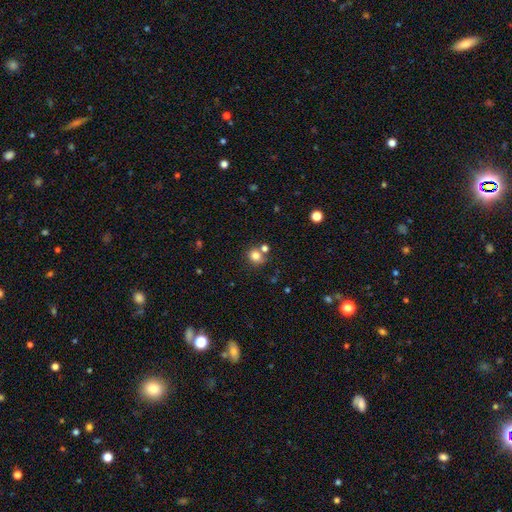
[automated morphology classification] Smooth or featured: smooth — 80% (star or artifact — 13%)
How rounded: round — 76% (in between — 23%)
Merging: none — 63% (merger — 22%)